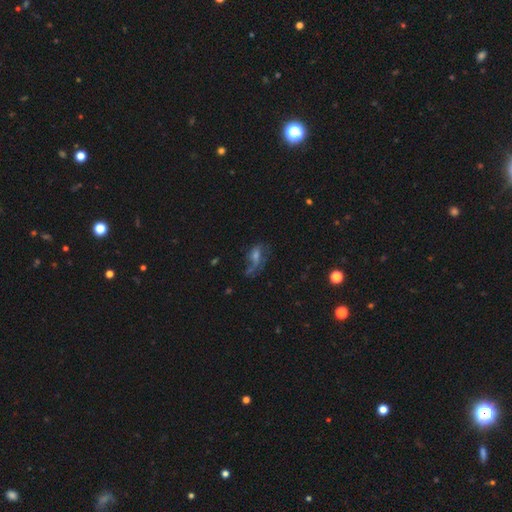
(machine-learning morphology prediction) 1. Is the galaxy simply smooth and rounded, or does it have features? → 52% featured or disk, 27% smooth, 21% star or artifact.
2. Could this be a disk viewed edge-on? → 89% no, 11% yes.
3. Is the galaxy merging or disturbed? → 41% none, 34% major disturbance, 20% minor disturbance, 5% merger.